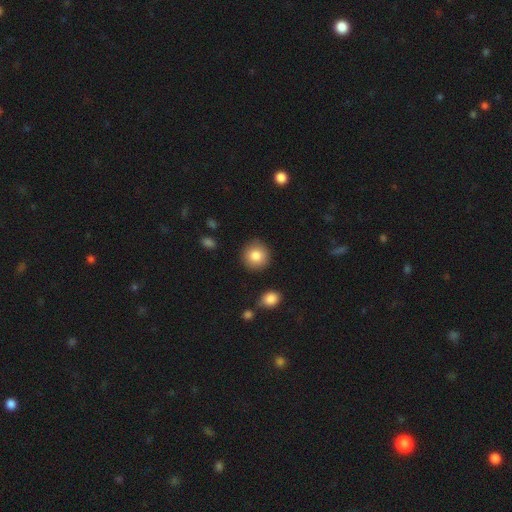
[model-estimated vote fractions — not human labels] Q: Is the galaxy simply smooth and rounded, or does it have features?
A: smooth — 83%.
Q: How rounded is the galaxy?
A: round — 91%.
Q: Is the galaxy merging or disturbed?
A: none — 87%.